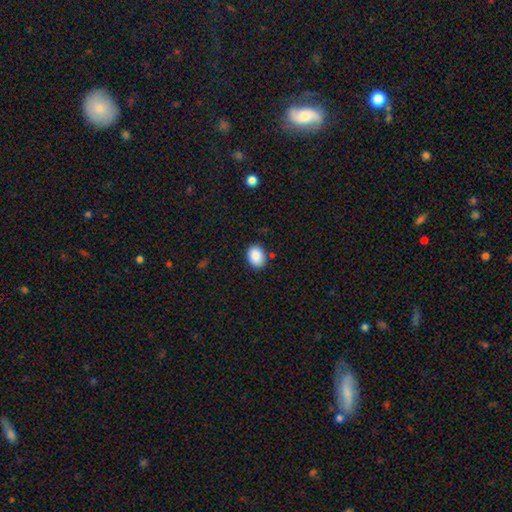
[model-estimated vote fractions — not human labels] The model was most divided on "how rounded": in between: 61%, round: 38%, cigar-shaped: 1%. More confident: smooth or featured — smooth (88%); merging — none (83%).